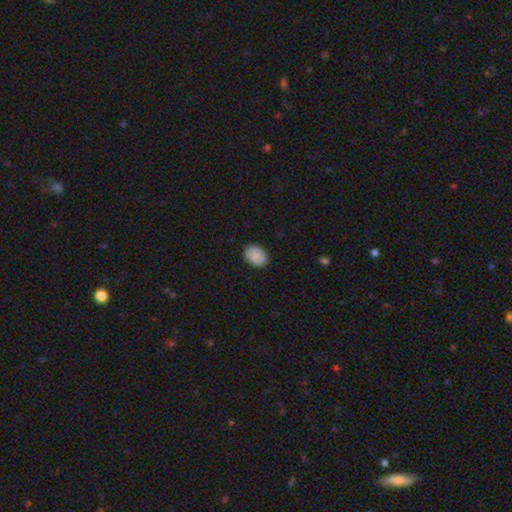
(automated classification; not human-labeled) Smooth or featured?
  - smooth: 89% *
  - star or artifact: 7%
  - featured or disk: 4%
How rounded?
  - in between: 73% *
  - round: 26%
  - cigar-shaped: 1%
Merging?
  - none: 87% *
  - minor disturbance: 10%
  - major disturbance: 2%
  - merger: 1%